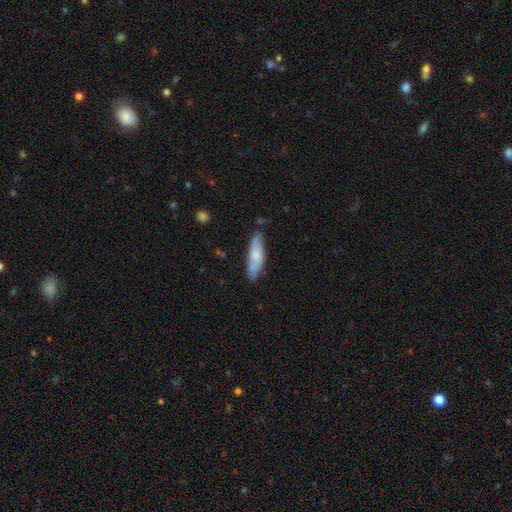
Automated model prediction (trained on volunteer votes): Q: Smooth or featured?
A: smooth (65%); runner-up: featured or disk (30%)
Q: How rounded?
A: cigar-shaped (58%); runner-up: in between (40%)
Q: Merging?
A: none (71%); runner-up: minor disturbance (21%)